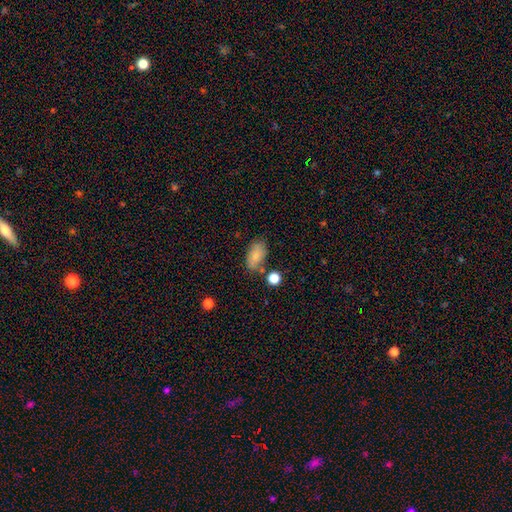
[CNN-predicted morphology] A smooth galaxy with no disk features (81%) that is in between round and cigar-shaped (92%). Merging: none (71%).